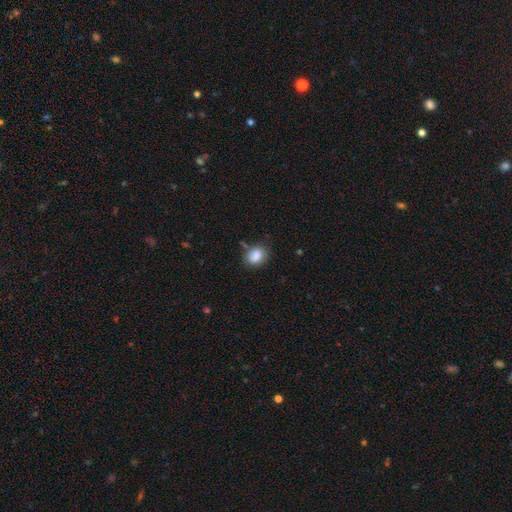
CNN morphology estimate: A smooth galaxy with no disk features (85%) that is in between round and cigar-shaped (61%).

Vote fractions:
- Smooth or featured? smooth: 85% / star or artifact: 8% / featured or disk: 6%
- How rounded? in between: 61% / round: 38% / cigar-shaped: 1%
- Merging? none: 66% / minor disturbance: 23% / major disturbance: 6% / merger: 5%